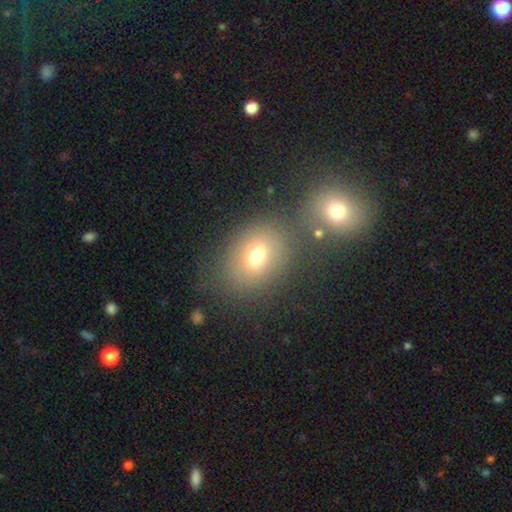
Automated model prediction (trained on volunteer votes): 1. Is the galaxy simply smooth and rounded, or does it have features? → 72% smooth, 14% featured or disk, 14% star or artifact.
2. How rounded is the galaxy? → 54% in between, 45% round, 1% cigar-shaped.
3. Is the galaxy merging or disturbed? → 65% none, 16% merger, 13% minor disturbance, 6% major disturbance.